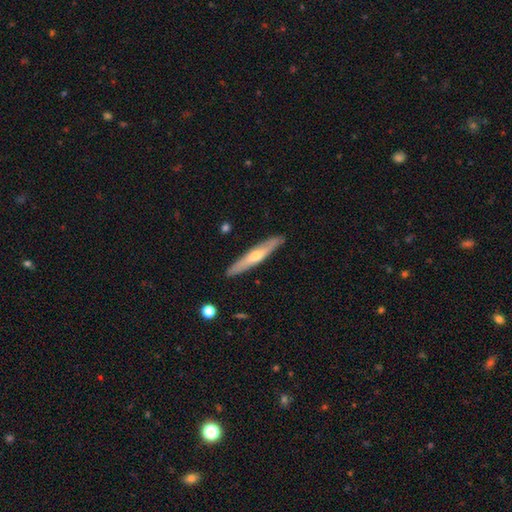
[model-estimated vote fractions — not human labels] Smooth or featured? featured or disk (54%)
Edge-on disk? yes (90%)
Merging? none (90%)